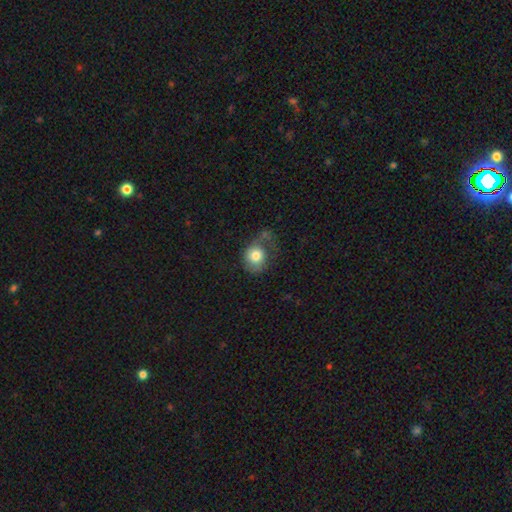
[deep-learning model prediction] This appears to be a smooth galaxy with no disk features (75%) that is round (70%). Merging: none (35%).